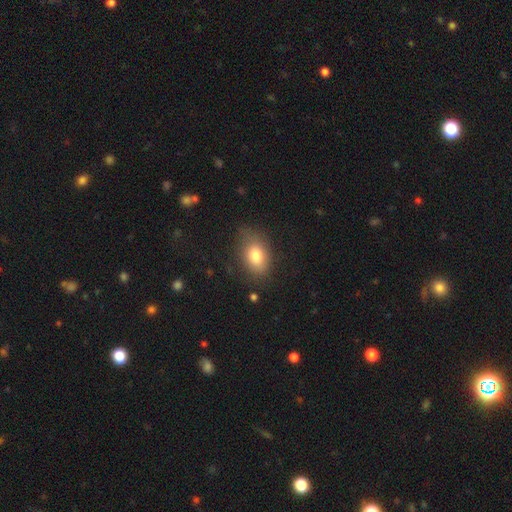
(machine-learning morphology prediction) Smooth or featured? smooth (80%)
How rounded? in between (82%)
Merging? none (70%)